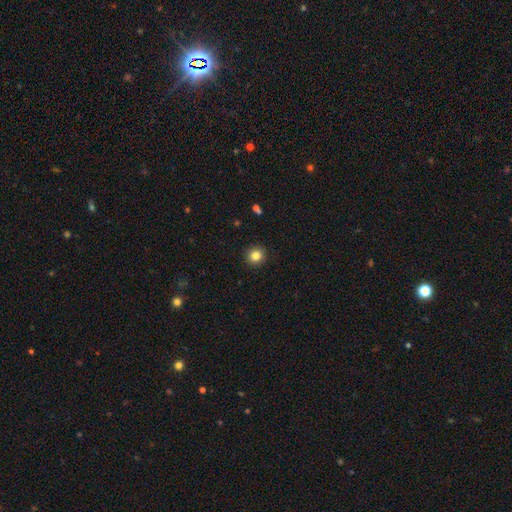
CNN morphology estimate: A smooth galaxy with no disk features (83%) that is round (92%).

Vote fractions:
- Smooth or featured? smooth: 83% / star or artifact: 11% / featured or disk: 6%
- How rounded? round: 92% / in between: 7% / cigar-shaped: 1%
- Merging? none: 92% / minor disturbance: 5% / major disturbance: 2% / merger: 1%